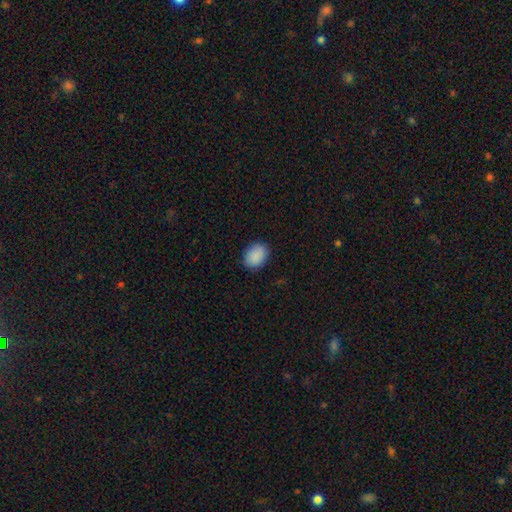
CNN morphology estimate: Overall: smooth (90%). How rounded: in between (70%). Merging: none (86%).